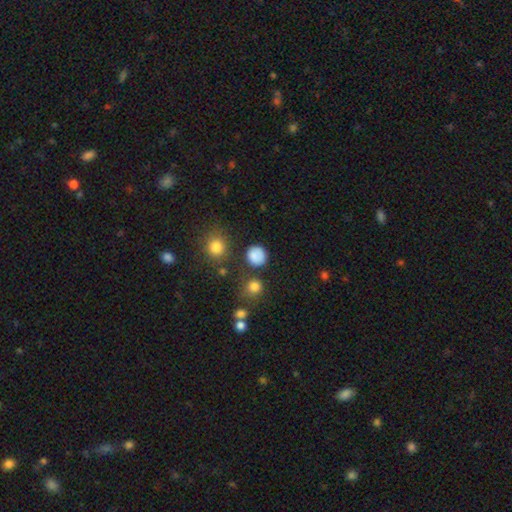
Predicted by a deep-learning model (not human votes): smooth_or_featured: smooth (p=0.83) [alt: star or artifact p=0.12]
how_rounded: round (p=0.89) [alt: in between p=0.10]
merging: none (p=0.81) [alt: minor disturbance p=0.11]